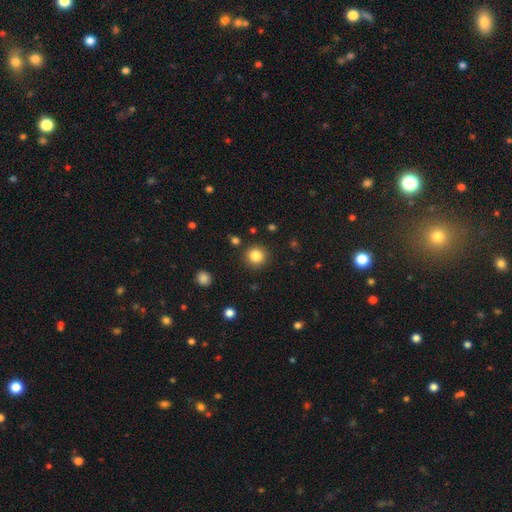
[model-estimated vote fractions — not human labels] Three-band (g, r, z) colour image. It shows a smooth galaxy with no disk features (84%) that is round (93%). Merging: none (89%).